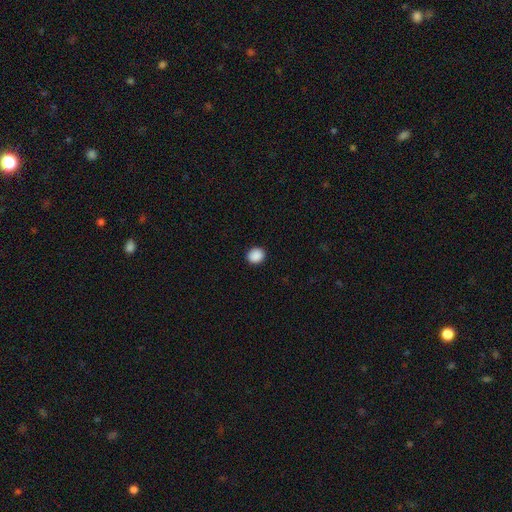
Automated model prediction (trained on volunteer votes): The model was most divided on "how rounded": round: 79%, in between: 20%, cigar-shaped: 1%. More confident: merging — none (92%); smooth or featured — smooth (90%).